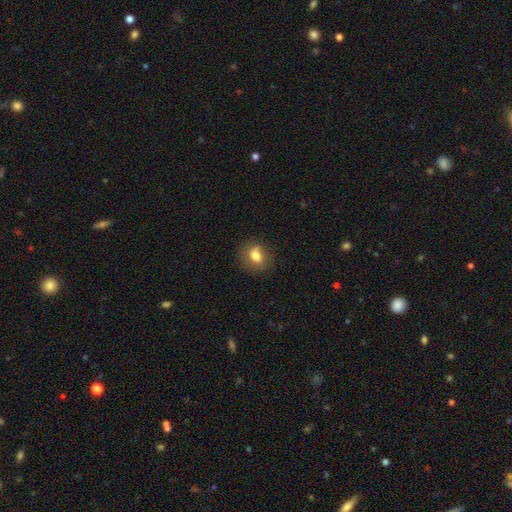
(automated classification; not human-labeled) Morphology: type=smooth (76%); roundness=round (57%); merging=none (76%).